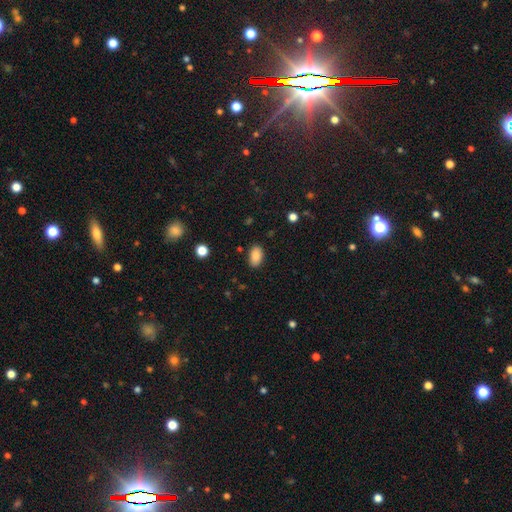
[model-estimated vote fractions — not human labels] Morphology: type=smooth (88%); roundness=in between (92%); merging=none (86%).